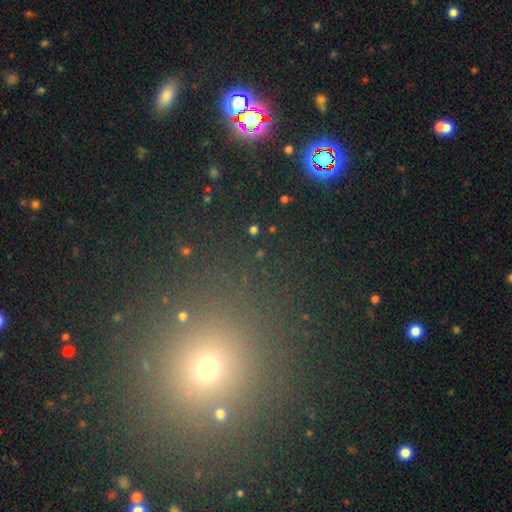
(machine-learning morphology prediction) Smooth or featured? Predicted: smooth (p=0.46, tied with star or artifact). Merging? Predicted: none (p=0.87).